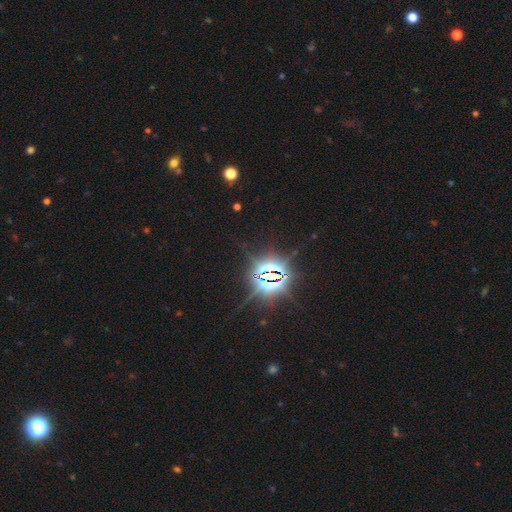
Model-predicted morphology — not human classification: smooth-or-featured: star or artifact: 86% | smooth: 9% | featured or disk: 5%